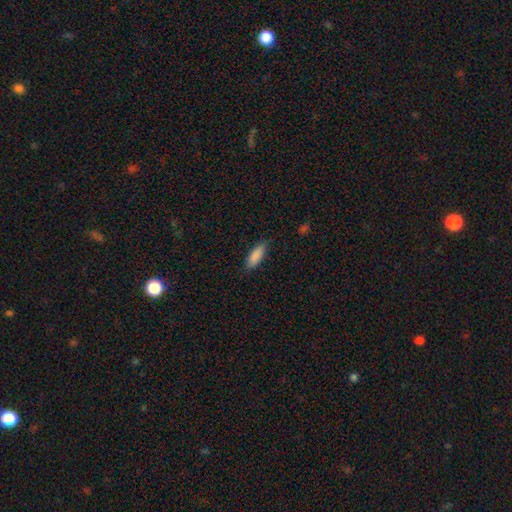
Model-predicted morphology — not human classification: Smooth or featured?
  - smooth: 88% *
  - star or artifact: 6%
  - featured or disk: 6%
How rounded?
  - in between: 65% *
  - cigar-shaped: 33%
  - round: 2%
Merging?
  - none: 82% *
  - minor disturbance: 15%
  - major disturbance: 3%
  - merger: 1%